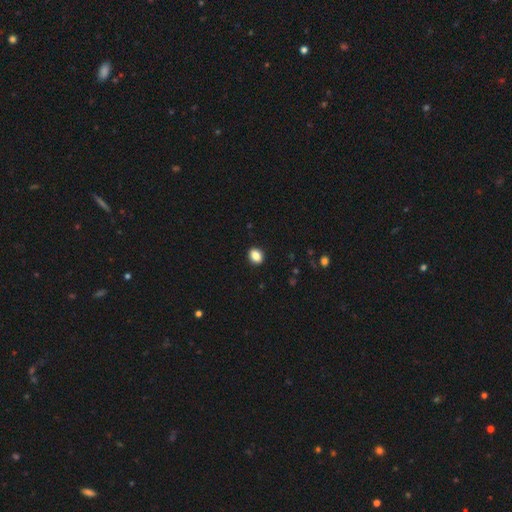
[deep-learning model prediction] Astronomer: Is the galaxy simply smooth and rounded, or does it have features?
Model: smooth — 86%.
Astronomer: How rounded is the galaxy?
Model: in between — 55% (runner-up: round, 44%).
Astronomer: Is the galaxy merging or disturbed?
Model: none — 91%.